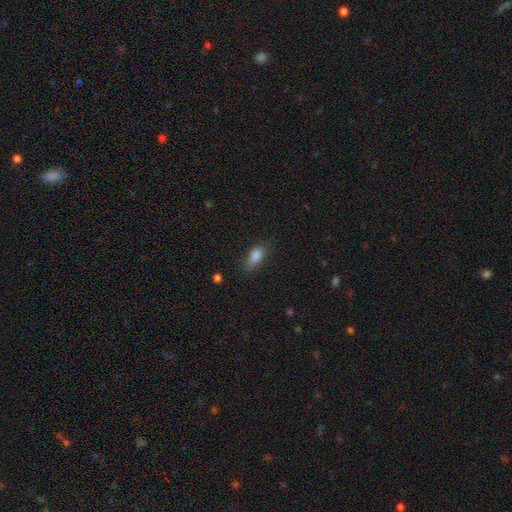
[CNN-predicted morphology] Overall: smooth (83%). How rounded: in between (84%). Merging: none (74%).